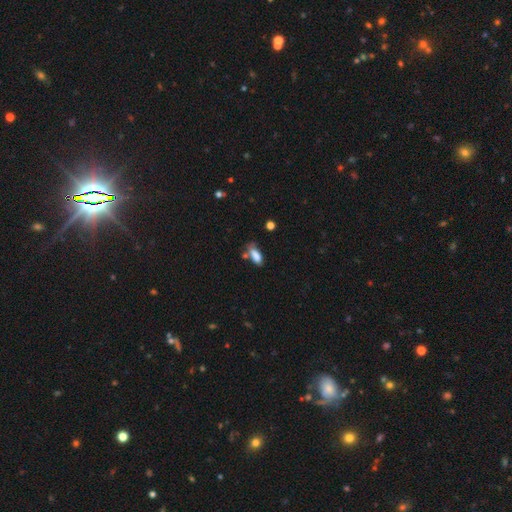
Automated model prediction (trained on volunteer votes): smooth_or_featured: smooth (p=0.82) [alt: featured or disk p=0.09]
how_rounded: in between (p=0.71) [alt: cigar-shaped p=0.26]
merging: none (p=0.49) [alt: minor disturbance p=0.26]